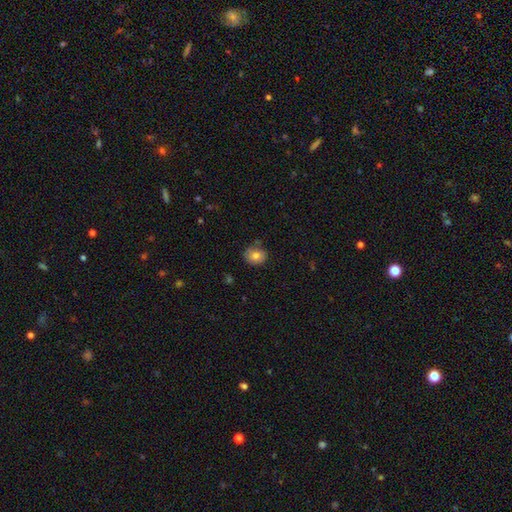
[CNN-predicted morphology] The model was most divided on "how rounded": round: 69%, in between: 30%, cigar-shaped: 1%. More confident: smooth or featured — smooth (78%); merging — none (75%).